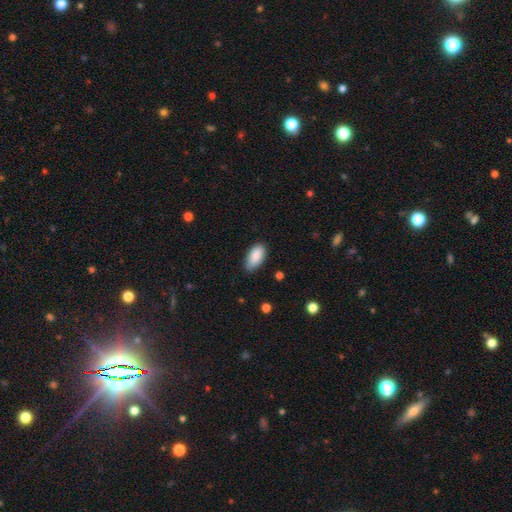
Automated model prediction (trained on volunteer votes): Morphology: type=smooth (89%); roundness=in between (92%); merging=none (73%).